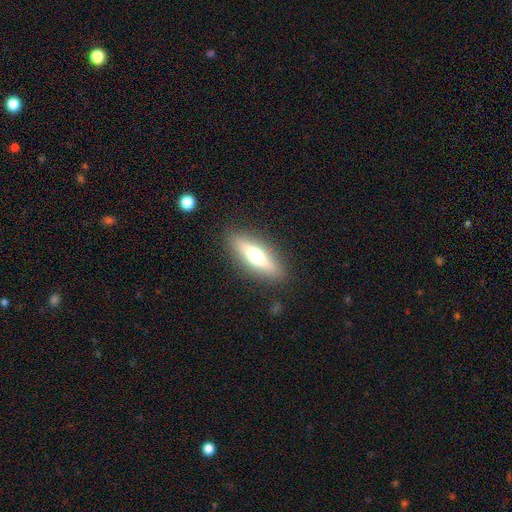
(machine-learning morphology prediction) Smooth or featured? Predicted: featured or disk (p=0.51). Edge-on disk? Predicted: yes (p=0.89). Merging? Predicted: none (p=0.89).